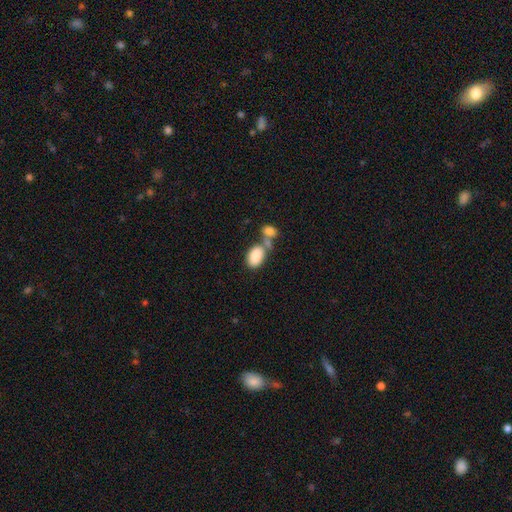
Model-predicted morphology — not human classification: smooth-or-featured: smooth: 86% | featured or disk: 7% | star or artifact: 7%
  how-rounded: in between: 91% | round: 7% | cigar-shaped: 1%
  merging: merger: 46% | none: 37% | minor disturbance: 12% | major disturbance: 6%